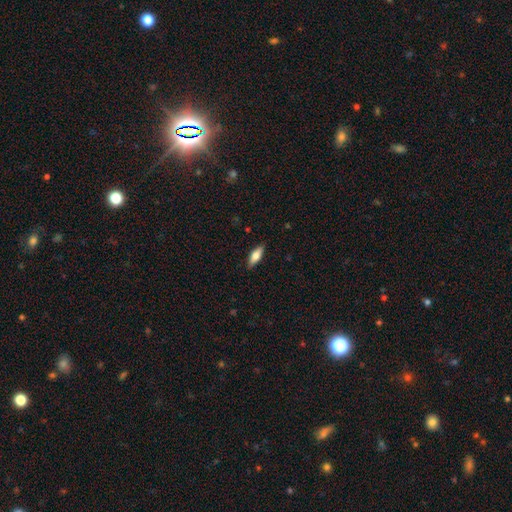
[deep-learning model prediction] A smooth galaxy with no disk features (69%) that is in between round and cigar-shaped (63%). Merging: none (88%).